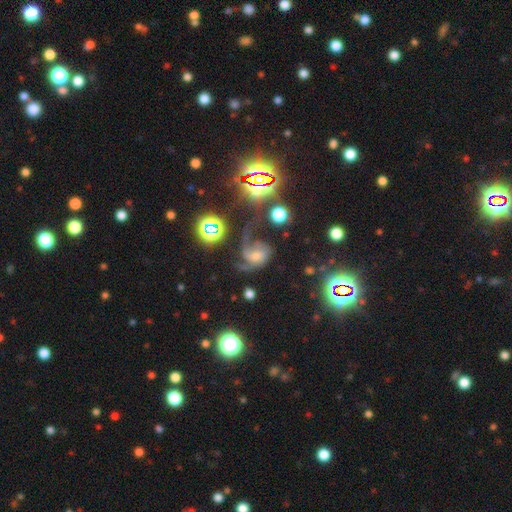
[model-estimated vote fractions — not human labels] featured or disk 63%, star or artifact 26%, smooth 11%. Down the decision tree: edge-on disk — no (97%); bar — no (53%); spiral arms — yes (93%); spiral arm count — 2 (48%); spiral winding — medium (47%); bulge size — moderate (42%); merging — none (41%).